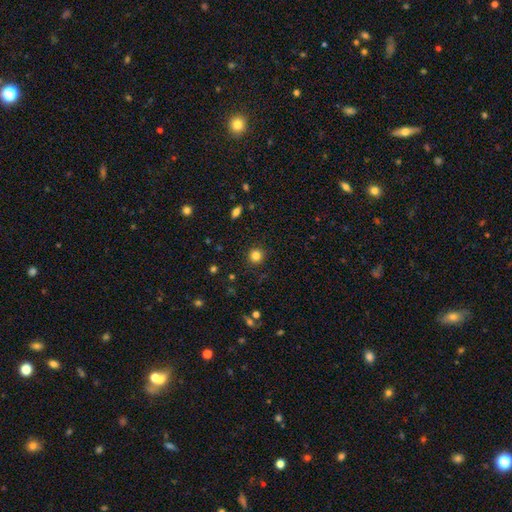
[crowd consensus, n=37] Q: Smooth or featured?
A: smooth (92%); runner-up: star or artifact (5%)
Q: How rounded?
A: round (97%); runner-up: in between (3%)
Q: Merging?
A: none (91%); runner-up: minor disturbance (6%)